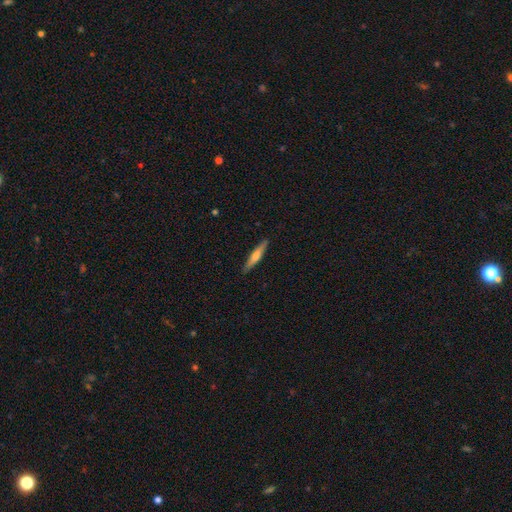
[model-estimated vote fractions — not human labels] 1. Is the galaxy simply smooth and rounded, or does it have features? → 51% featured or disk, 43% smooth, 5% star or artifact.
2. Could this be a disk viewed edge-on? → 97% yes, 3% no.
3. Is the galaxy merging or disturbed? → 91% none, 7% minor disturbance, 1% major disturbance, 1% merger.